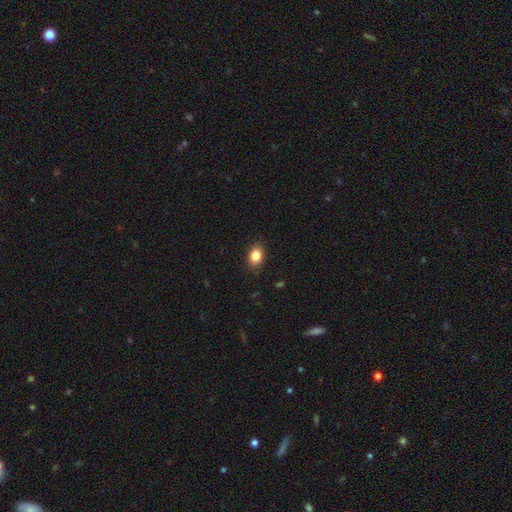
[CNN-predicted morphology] Q: Smooth or featured?
A: smooth (86%); runner-up: star or artifact (9%)
Q: How rounded?
A: in between (76%); runner-up: round (22%)
Q: Merging?
A: none (87%); runner-up: minor disturbance (10%)